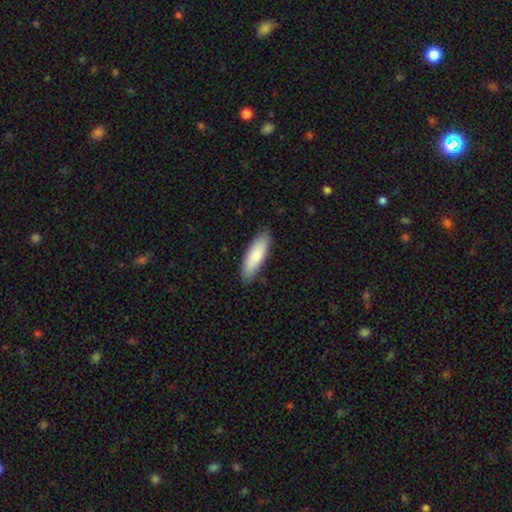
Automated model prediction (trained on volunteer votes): Q: Smooth or featured?
A: smooth (81%); runner-up: featured or disk (14%)
Q: How rounded?
A: in between (57%); runner-up: cigar-shaped (41%)
Q: Merging?
A: none (85%); runner-up: minor disturbance (12%)